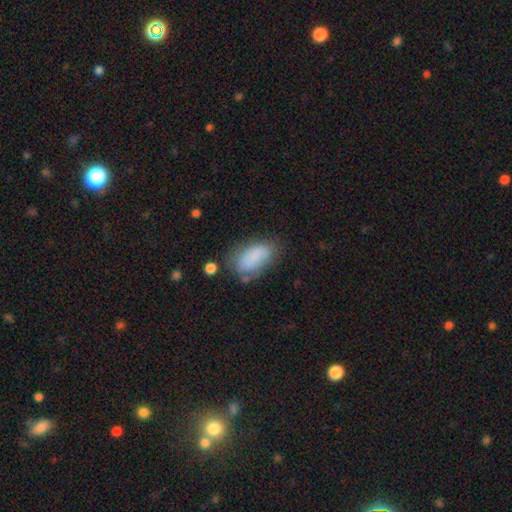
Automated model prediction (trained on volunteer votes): A smooth galaxy with no disk features (78%) that is in between round and cigar-shaped (92%).

Vote fractions:
- Smooth or featured? smooth: 78% / featured or disk: 14% / star or artifact: 8%
- How rounded? in between: 92% / round: 5% / cigar-shaped: 3%
- Merging? none: 54% / minor disturbance: 27% / major disturbance: 13% / merger: 6%